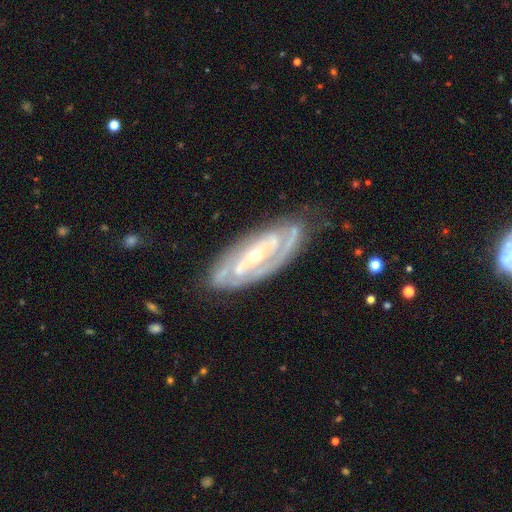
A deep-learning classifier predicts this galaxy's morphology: The model was most divided on "bar": no: 42%, weak: 31%, strong: 27%. More confident: spiral arms — yes (93%); edge-on disk — no (91%); smooth or featured — featured or disk (88%); merging — none (72%); spiral winding — tight (62%); spiral arm count — 2 (56%); bulge size — small (55%).